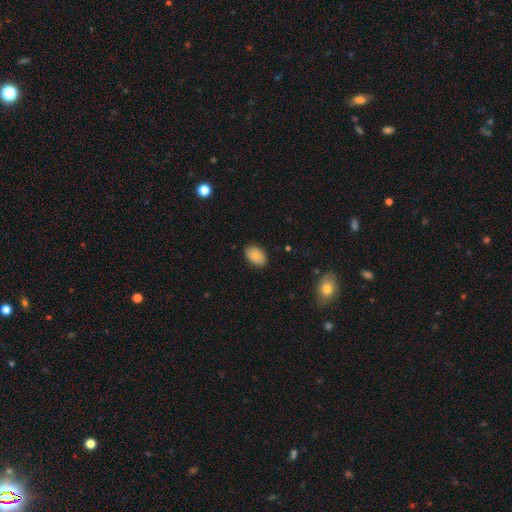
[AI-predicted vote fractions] Smooth or featured: smooth — 82% (featured or disk — 11%)
How rounded: in between — 87% (round — 12%)
Merging: none — 86% (minor disturbance — 11%)